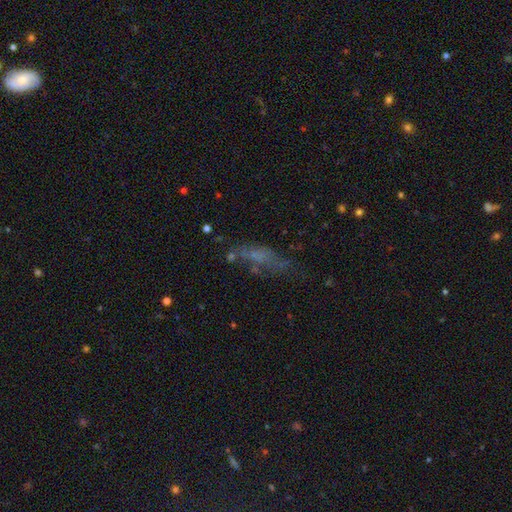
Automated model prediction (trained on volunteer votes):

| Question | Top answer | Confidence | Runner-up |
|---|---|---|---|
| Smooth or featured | smooth | 43% | featured or disk (35%) |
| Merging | none | 49% | minor disturbance (22%) |